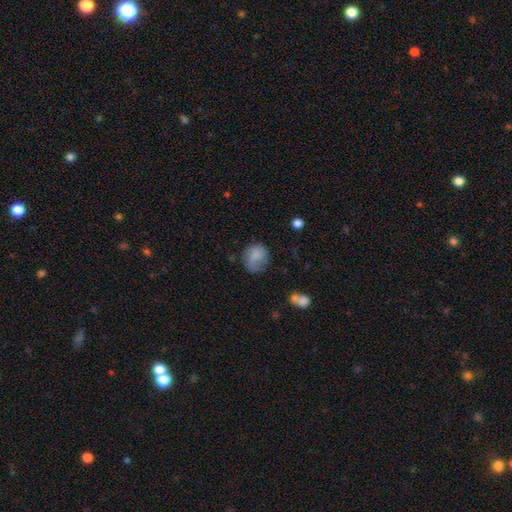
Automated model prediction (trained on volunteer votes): Q: Smooth or featured?
A: smooth (76%); runner-up: featured or disk (15%)
Q: How rounded?
A: round (66%); runner-up: in between (33%)
Q: Merging?
A: none (54%); runner-up: minor disturbance (28%)